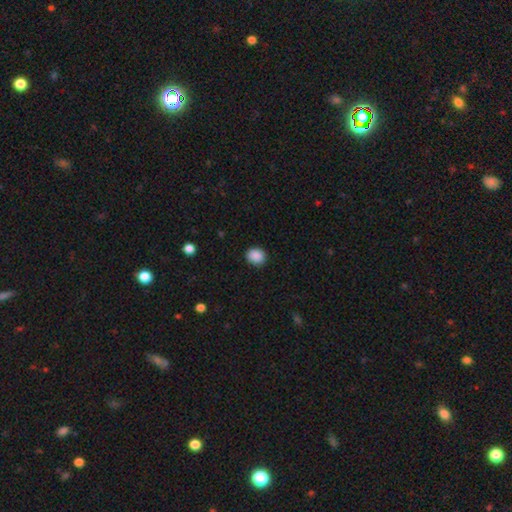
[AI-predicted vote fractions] Smooth or featured: smooth — 89% (star or artifact — 9%)
How rounded: round — 66% (in between — 33%)
Merging: none — 89% (minor disturbance — 8%)